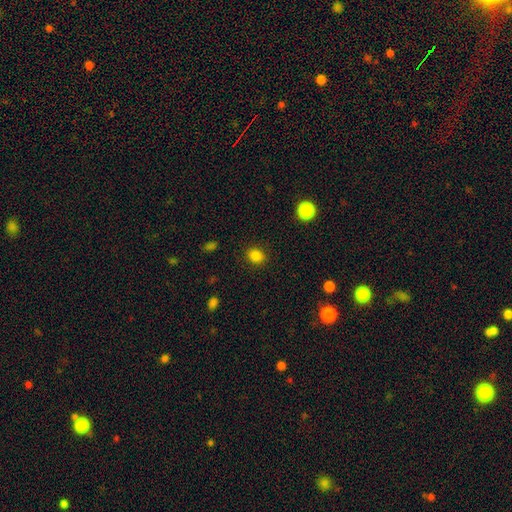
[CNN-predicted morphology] Smooth or featured?
  - smooth: 84% *
  - star or artifact: 13%
  - featured or disk: 4%
How rounded?
  - round: 59% *
  - in between: 40%
  - cigar-shaped: 1%
Merging?
  - none: 88% *
  - minor disturbance: 8%
  - major disturbance: 3%
  - merger: 1%